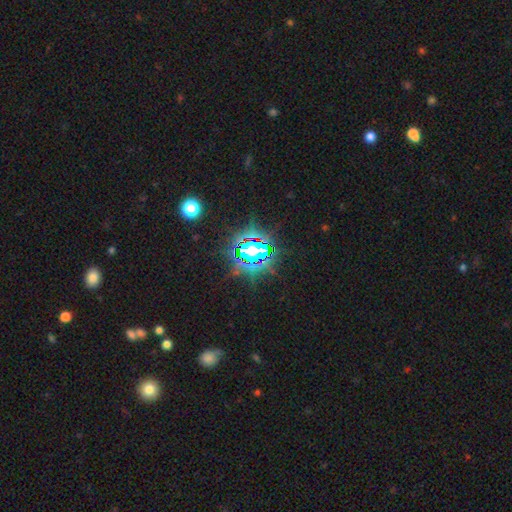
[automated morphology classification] A star or artifact, not a galaxy (78%).

Vote fractions:
- Smooth or featured? star or artifact: 78% / smooth: 11% / featured or disk: 10%